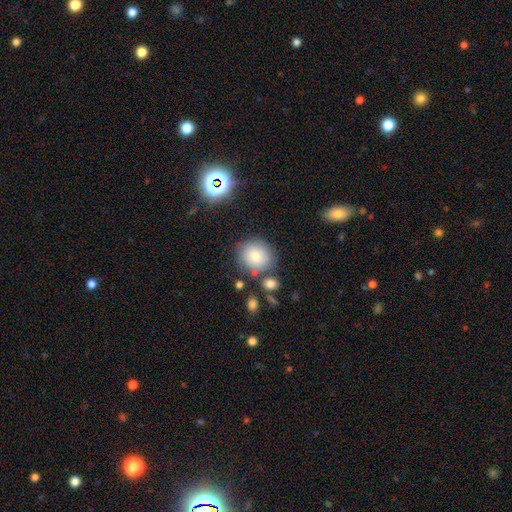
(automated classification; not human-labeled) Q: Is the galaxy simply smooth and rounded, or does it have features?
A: smooth — 75%.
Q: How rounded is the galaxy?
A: round — 79%.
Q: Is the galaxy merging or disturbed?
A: none — 75%.